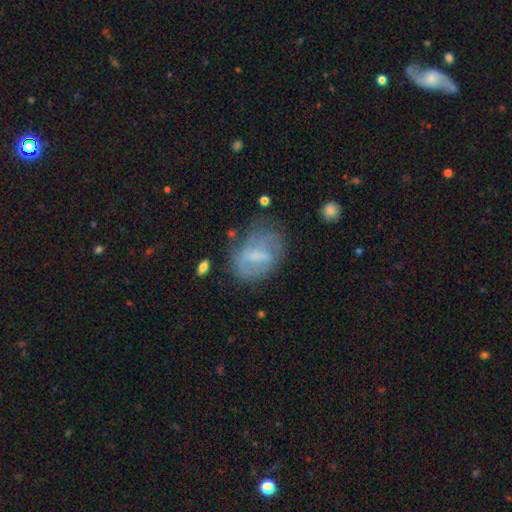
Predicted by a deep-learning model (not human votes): Smooth or featured: featured or disk — 50% (smooth — 41%)
Merging: none — 52% (minor disturbance — 27%)